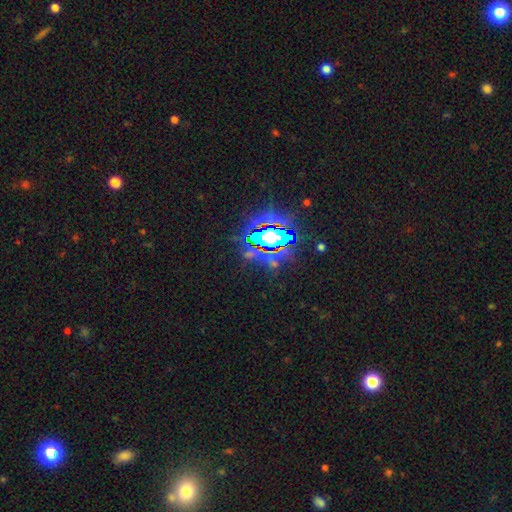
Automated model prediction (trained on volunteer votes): A star or artifact, not a galaxy (84%).

Vote fractions:
- Smooth or featured? star or artifact: 84% / smooth: 9% / featured or disk: 7%